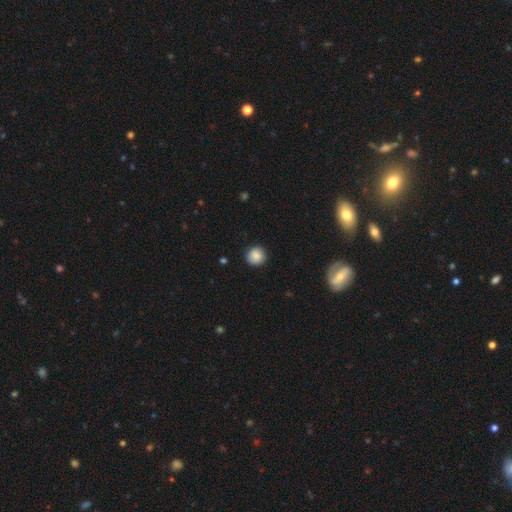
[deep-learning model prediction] A smooth galaxy with no disk features (87%) that is round (93%).

Vote fractions:
- Smooth or featured? smooth: 87% / star or artifact: 9% / featured or disk: 4%
- How rounded? round: 93% / in between: 6% / cigar-shaped: 1%
- Merging? none: 90% / minor disturbance: 7% / major disturbance: 2% / merger: 1%